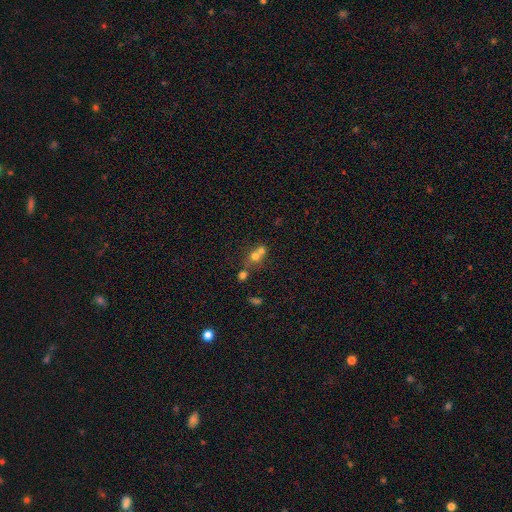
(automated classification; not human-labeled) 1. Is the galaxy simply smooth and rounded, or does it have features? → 64% smooth, 19% featured or disk, 17% star or artifact.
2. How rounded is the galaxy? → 77% round, 21% in between, 1% cigar-shaped.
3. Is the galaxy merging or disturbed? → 59% merger, 32% none, 6% minor disturbance, 4% major disturbance.